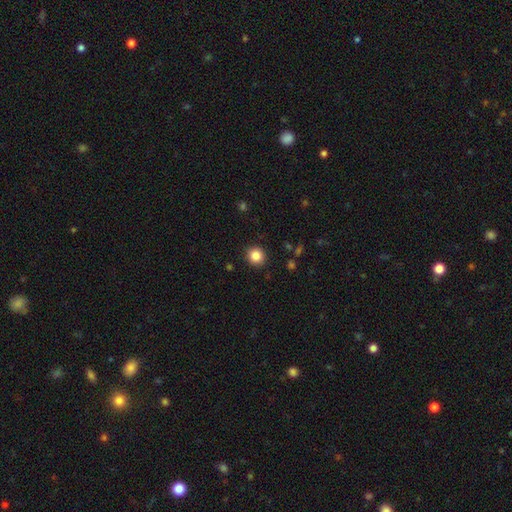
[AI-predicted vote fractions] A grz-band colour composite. It shows a smooth galaxy with no disk features (86%) that is round (92%). Merging: none (91%).